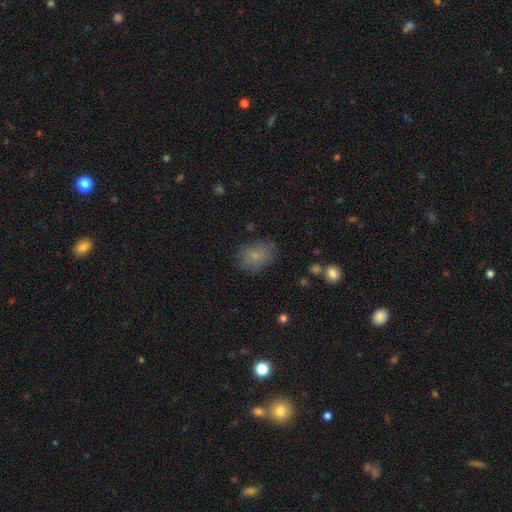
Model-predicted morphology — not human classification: Q: Smooth or featured?
A: smooth (77%); runner-up: featured or disk (13%)
Q: How rounded?
A: in between (70%); runner-up: round (28%)
Q: Merging?
A: none (72%); runner-up: minor disturbance (20%)